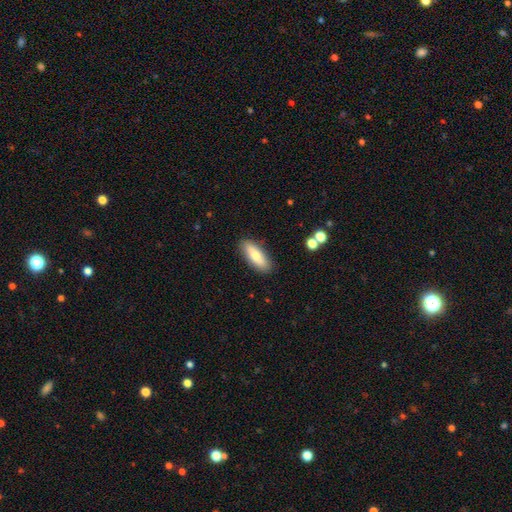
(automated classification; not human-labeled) Smooth or featured: smooth — 73% (featured or disk — 20%)
How rounded: in between — 62% (cigar-shaped — 36%)
Merging: none — 87% (minor disturbance — 9%)